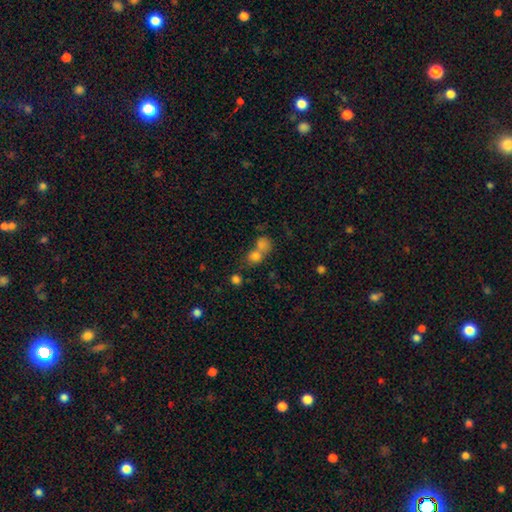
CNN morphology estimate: type=smooth (76%); roundness=round (72%); merging=merger (55%).